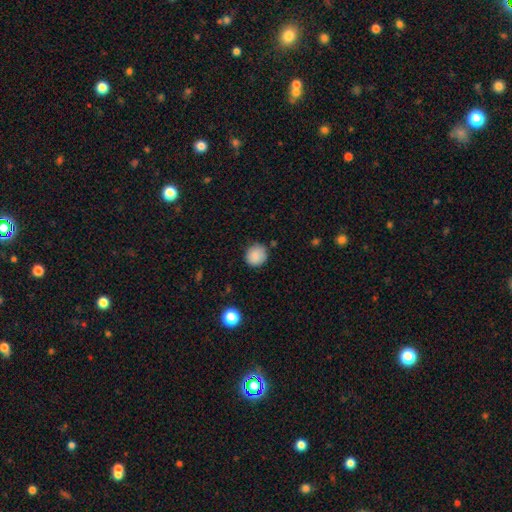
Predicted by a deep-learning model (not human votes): Q: Smooth or featured?
A: smooth (86%); runner-up: star or artifact (9%)
Q: How rounded?
A: round (90%); runner-up: in between (9%)
Q: Merging?
A: none (83%); runner-up: minor disturbance (12%)